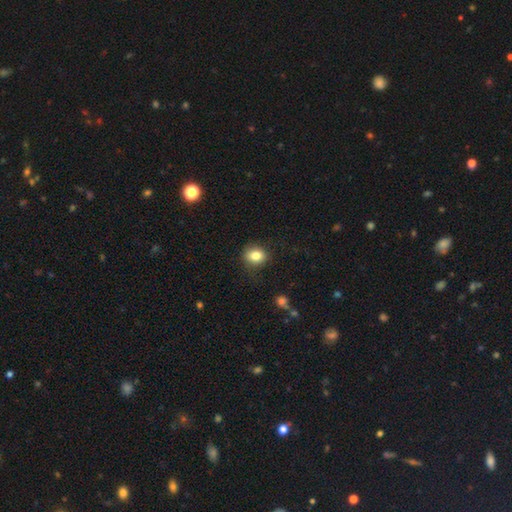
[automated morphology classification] smooth 83%, star or artifact 10%, featured or disk 7%. Down the decision tree: how rounded — round (61%); merging — none (82%).